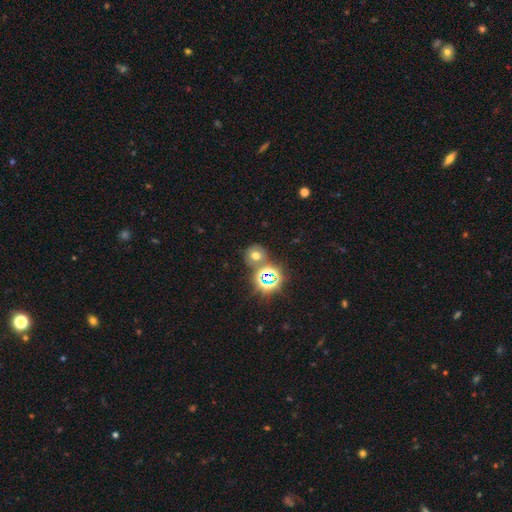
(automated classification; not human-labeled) Overall: smooth (53%; star or artifact 33%). How rounded: round (79%). Merging: none (66%).